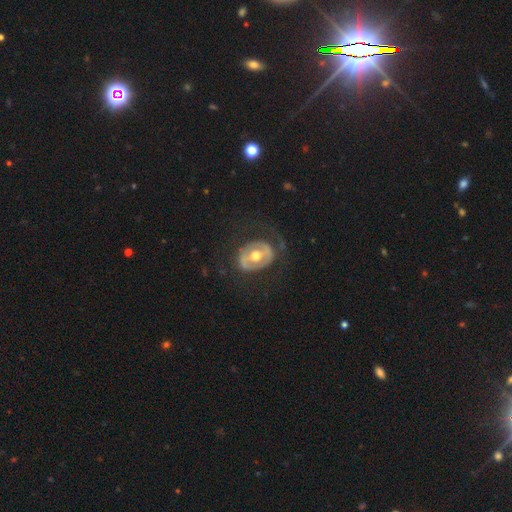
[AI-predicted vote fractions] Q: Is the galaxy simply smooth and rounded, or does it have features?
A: featured or disk — 66%.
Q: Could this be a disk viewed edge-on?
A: no — 95%.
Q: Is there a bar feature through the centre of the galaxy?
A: no — 50%.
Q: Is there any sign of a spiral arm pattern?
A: no — 69%.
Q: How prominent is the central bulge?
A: moderate — 76%.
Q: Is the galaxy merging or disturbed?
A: none — 64%.